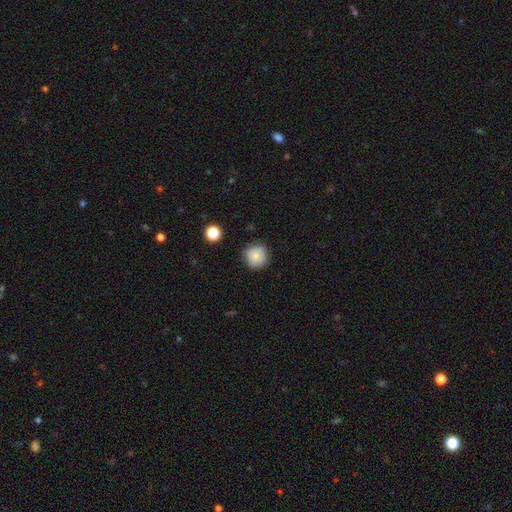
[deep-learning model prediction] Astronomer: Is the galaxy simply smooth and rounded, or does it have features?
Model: smooth — 83%.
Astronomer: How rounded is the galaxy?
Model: round — 92%.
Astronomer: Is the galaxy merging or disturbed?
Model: none — 81%.